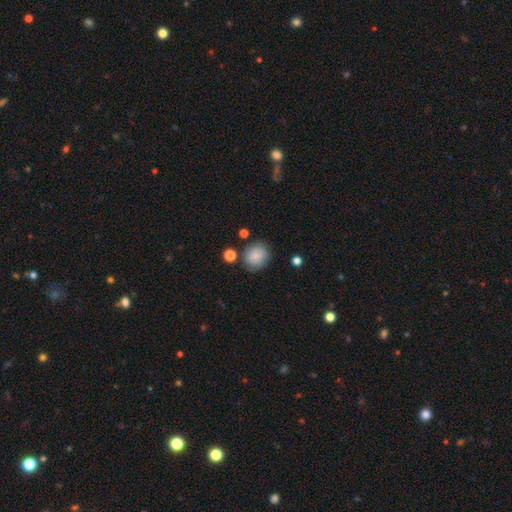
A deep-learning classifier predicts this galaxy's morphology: A smooth galaxy with no disk features (83%) that is round (71%). Merging: none (76%).